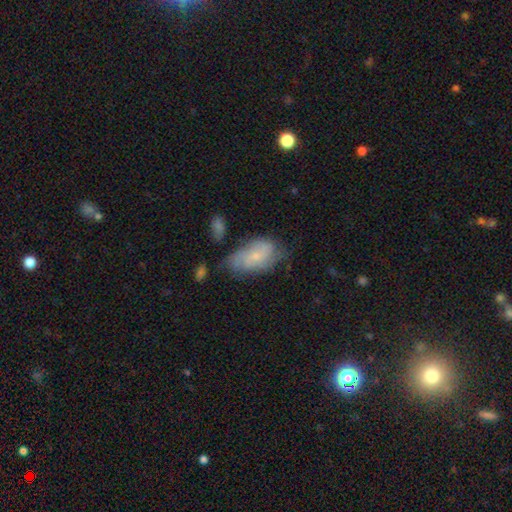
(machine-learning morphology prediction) This appears to be a smooth galaxy with no disk features (52%) that is in between round and cigar-shaped (91%). Merging: none (50%).